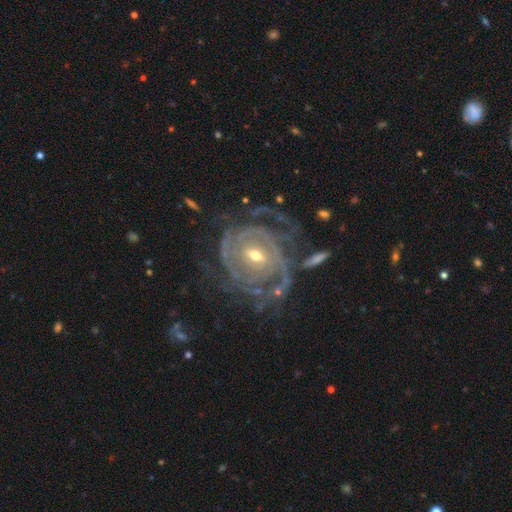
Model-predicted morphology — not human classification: Smooth or featured? Predicted: featured or disk (p=0.91). Edge-on disk? Predicted: no (p=0.97). Bar? Predicted: weak (p=0.44). Spiral arms? Predicted: yes (p=0.96). Spiral winding? Predicted: tight (p=0.66). Spiral arm count? Predicted: can't tell (p=0.26). Bulge size? Predicted: small (p=0.50). Merging? Predicted: none (p=0.59).